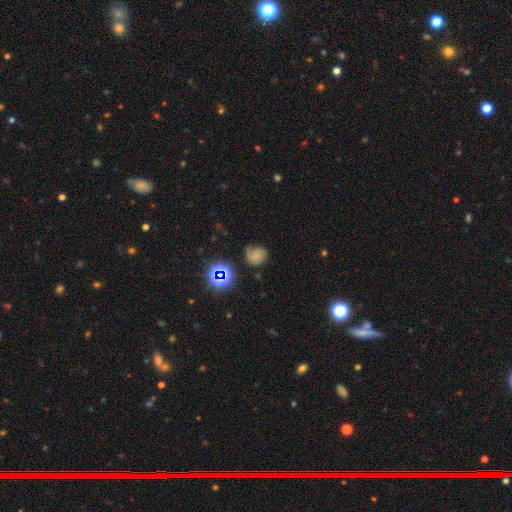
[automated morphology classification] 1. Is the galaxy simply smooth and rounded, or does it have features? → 50% smooth, 29% featured or disk, 21% star or artifact.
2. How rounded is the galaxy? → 77% round, 22% in between, 1% cigar-shaped.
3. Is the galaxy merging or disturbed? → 53% none, 30% minor disturbance, 14% major disturbance, 3% merger.